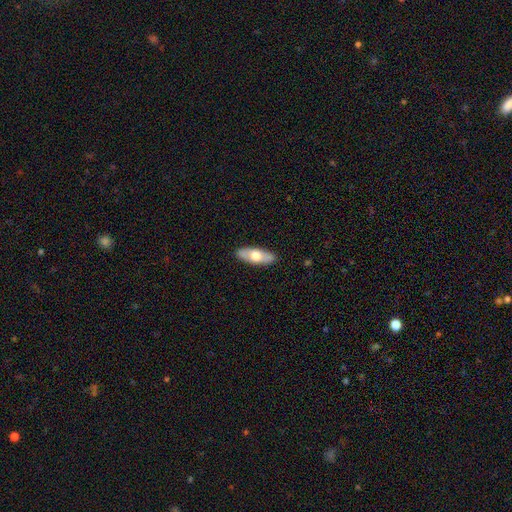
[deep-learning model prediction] The model was most divided on "smooth or featured": smooth: 58%, featured or disk: 37%, star or artifact: 5%. More confident: merging — none (88%); how rounded — in between (74%).